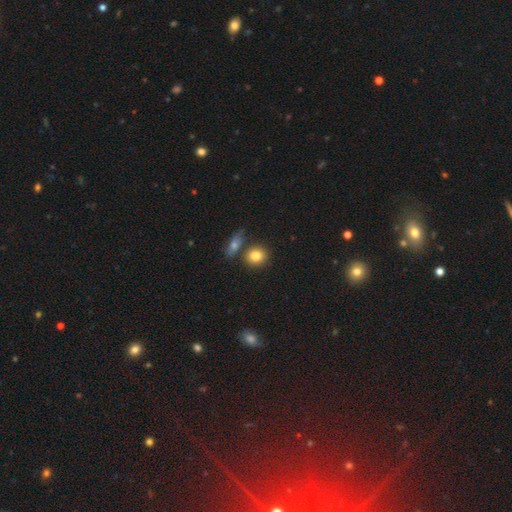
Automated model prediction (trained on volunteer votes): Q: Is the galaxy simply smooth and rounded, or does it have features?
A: smooth — 82%.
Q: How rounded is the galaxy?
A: round — 71%.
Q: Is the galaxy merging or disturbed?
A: none — 70%.